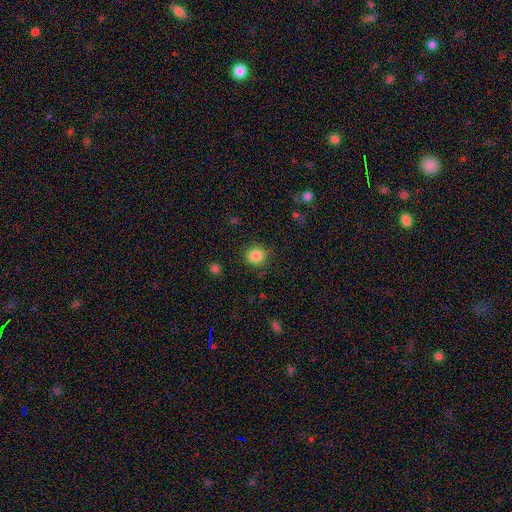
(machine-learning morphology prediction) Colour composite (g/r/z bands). It shows a smooth galaxy with no disk features (85%) that is round (88%). Merging: none (86%).